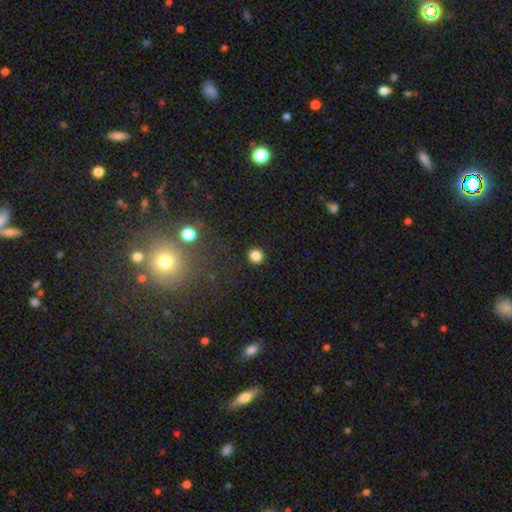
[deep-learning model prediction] This appears to be a smooth galaxy with no disk features (84%) that is round (92%). Merging: none (92%).